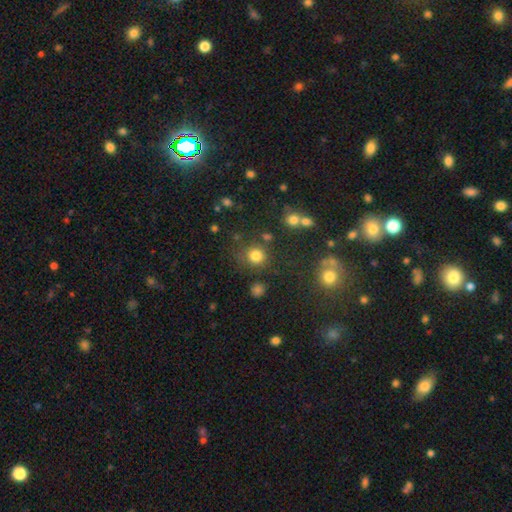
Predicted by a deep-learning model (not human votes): smooth 79%, star or artifact 15%, featured or disk 6%. Down the decision tree: how rounded — round (91%); merging — none (78%).